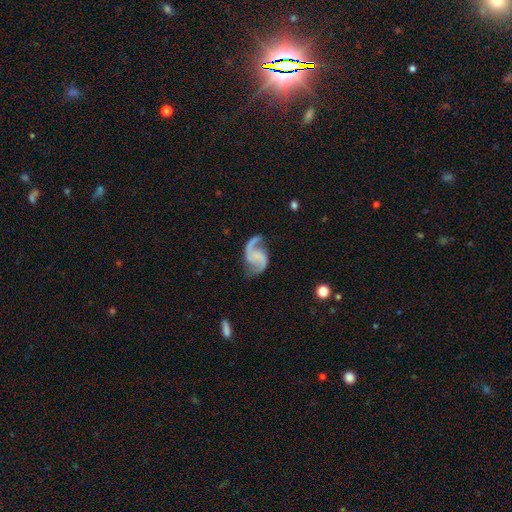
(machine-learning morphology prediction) This appears to be a featured or disk galaxy (90%) with no bar (57%), 2 (93%) loose (57%) spiral arms (97%) and no central bulge (68%). Merging: none (70%).